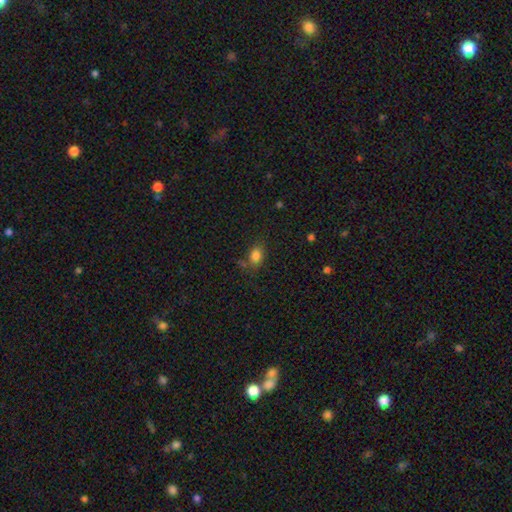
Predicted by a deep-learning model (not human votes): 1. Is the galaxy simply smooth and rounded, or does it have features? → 82% smooth, 12% star or artifact, 7% featured or disk.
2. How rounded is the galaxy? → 70% in between, 28% round, 2% cigar-shaped.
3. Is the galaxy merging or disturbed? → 66% none, 18% minor disturbance, 9% merger, 6% major disturbance.